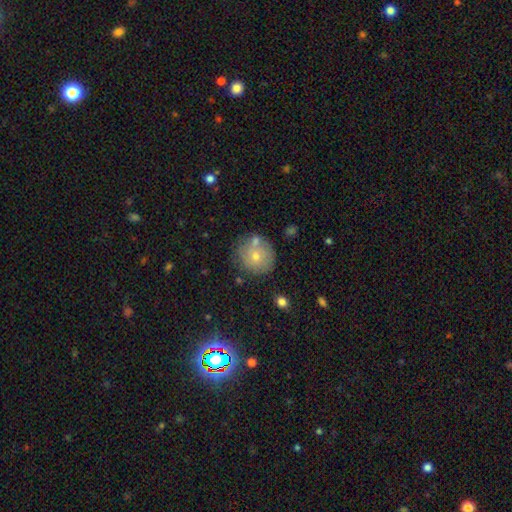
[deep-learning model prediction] Smooth or featured: smooth — 57% (featured or disk — 26%)
How rounded: round — 91% (in between — 8%)
Merging: none — 72% (minor disturbance — 13%)